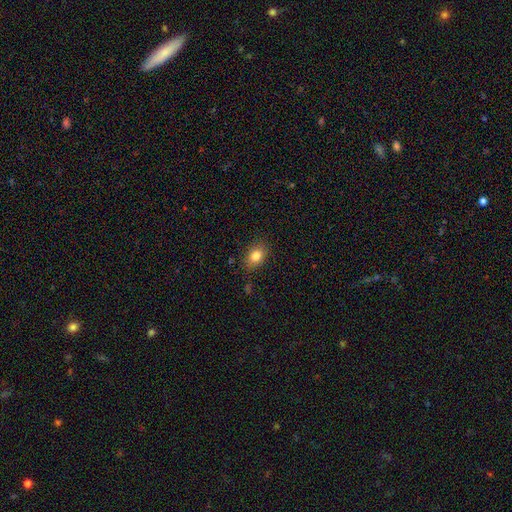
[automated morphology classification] Smooth or featured: smooth — 81% (star or artifact — 10%)
How rounded: in between — 73% (round — 25%)
Merging: none — 84% (minor disturbance — 12%)